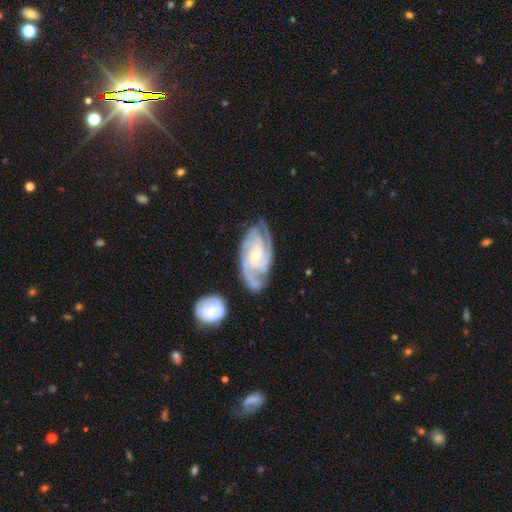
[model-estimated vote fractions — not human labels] A featured or disk galaxy (91%) with no bar (63%), 3 (41%) tight (64%) spiral arms (98%) and a small central bulge (64%).

Vote fractions:
- Smooth or featured? featured or disk: 91% / smooth: 5% / star or artifact: 4%
- Edge-on disk? no: 97% / yes: 3%
- Bar? no: 63% / weak: 28% / strong: 8%
- Spiral arms? yes: 98% / no: 2%
- Spiral winding? tight: 64% / medium: 31% / loose: 5%
- Spiral arm count? 3: 41% / 4: 19% / 2: 18% / can't tell: 12% / more than 4: 5% / 1: 5%
- Bulge size? small: 64% / moderate: 33% / large: 1% / none: 1% / dominant: 1%
- Merging? none: 69% / minor disturbance: 19% / major disturbance: 7% / merger: 5%